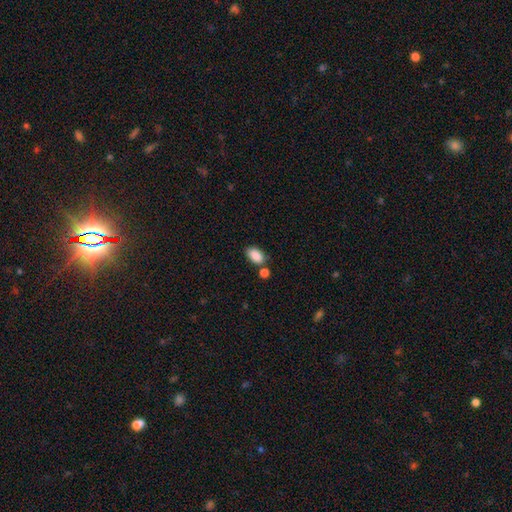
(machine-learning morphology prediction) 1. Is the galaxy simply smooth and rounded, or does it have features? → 88% smooth, 8% star or artifact, 4% featured or disk.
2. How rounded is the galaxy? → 92% in between, 6% round, 2% cigar-shaped.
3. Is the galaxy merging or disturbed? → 69% none, 14% merger, 14% minor disturbance, 3% major disturbance.